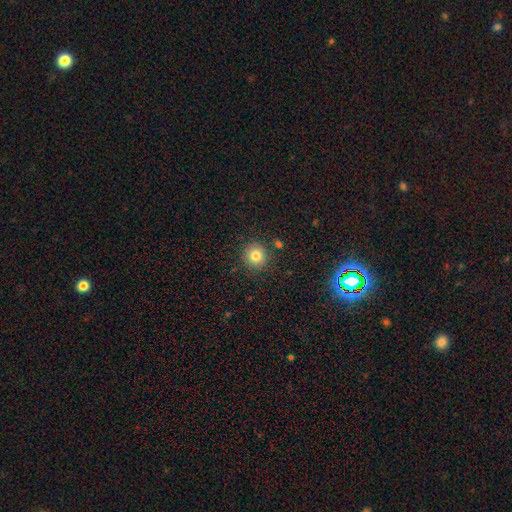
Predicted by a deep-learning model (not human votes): The model was most divided on "smooth or featured": smooth: 80%, star or artifact: 12%, featured or disk: 8%. More confident: how rounded — round (90%); merging — none (87%).